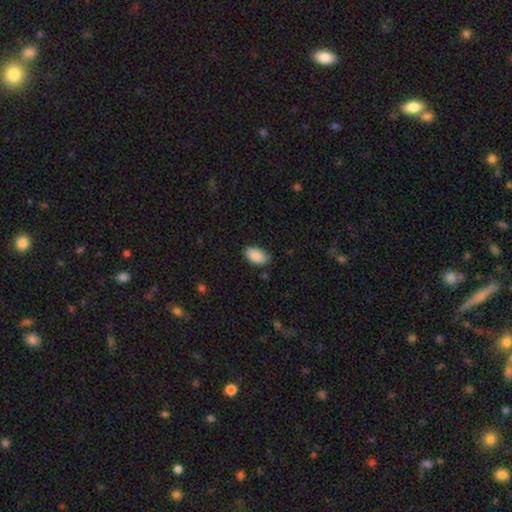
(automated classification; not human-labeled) smooth-or-featured: smooth: 88% | star or artifact: 6% | featured or disk: 6%
  how-rounded: in between: 94% | round: 4% | cigar-shaped: 2%
  merging: none: 80% | minor disturbance: 16% | major disturbance: 3% | merger: 1%